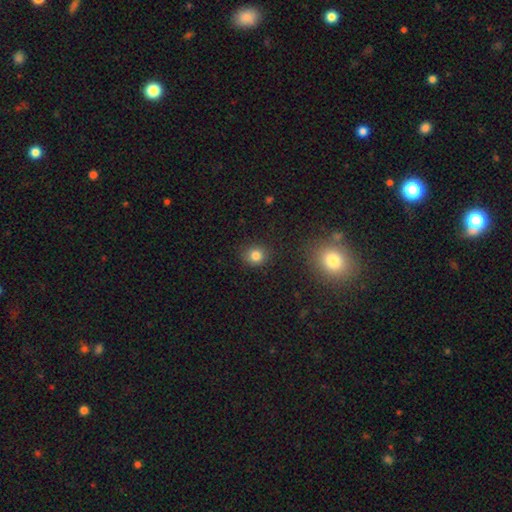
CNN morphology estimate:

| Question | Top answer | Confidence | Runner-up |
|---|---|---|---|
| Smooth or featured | smooth | 82% | star or artifact (13%) |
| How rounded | round | 82% | in between (17%) |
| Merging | none | 87% | minor disturbance (9%) |